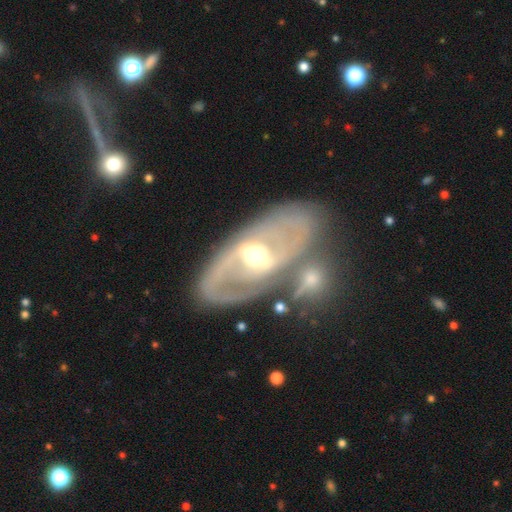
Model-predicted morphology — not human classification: This appears to be a featured or disk galaxy (85%) with a weak bar (43%), 2 (69%) tight (43%) spiral arms (82%) and a moderate central bulge (75%). Merging: none (59%).